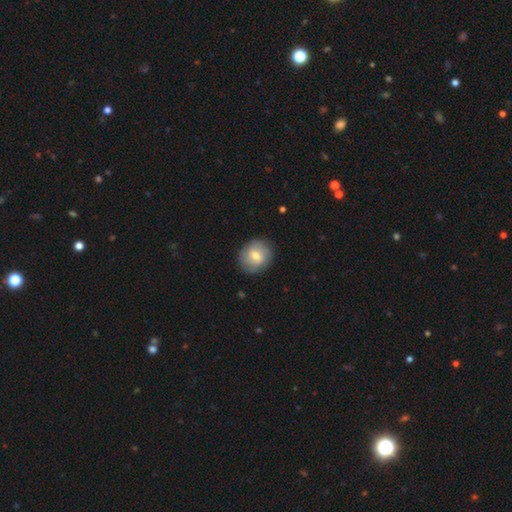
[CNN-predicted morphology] smooth_or_featured: smooth (p=0.59) [alt: featured or disk p=0.34]
how_rounded: round (p=0.72) [alt: in between p=0.27]
merging: none (p=0.83) [alt: minor disturbance p=0.12]